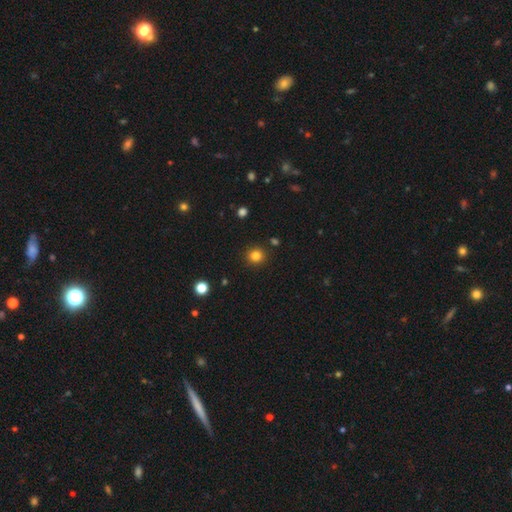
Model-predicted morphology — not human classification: Q: Smooth or featured?
A: smooth (83%); runner-up: star or artifact (12%)
Q: How rounded?
A: round (92%); runner-up: in between (7%)
Q: Merging?
A: none (91%); runner-up: minor disturbance (6%)